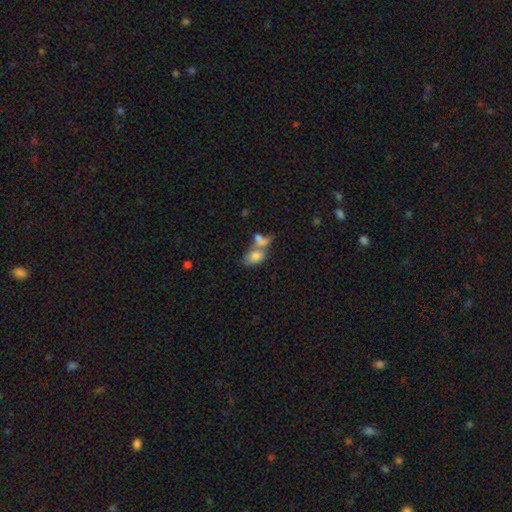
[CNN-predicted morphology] This is likely a smooth galaxy (77%). How rounded: clearly in between (89%). Merging: possibly merger (57%).